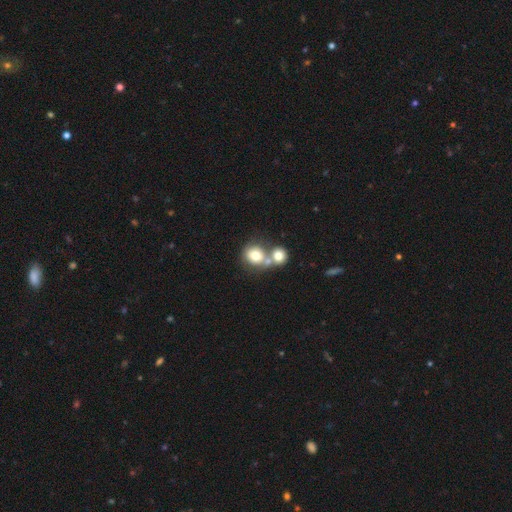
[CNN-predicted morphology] type=smooth (72%); roundness=round (77%); merging=merger (56%).